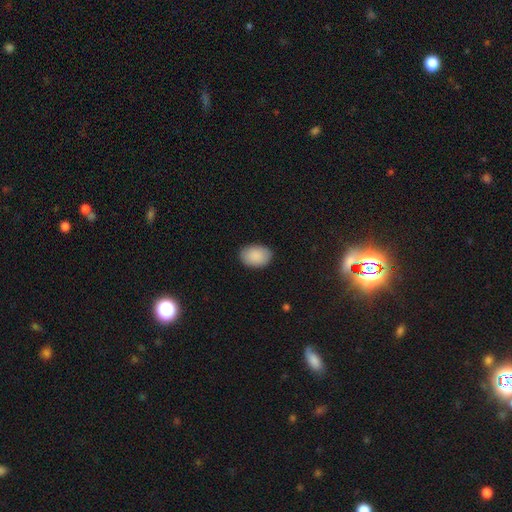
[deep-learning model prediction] Smooth or featured: smooth — 90% (star or artifact — 6%)
How rounded: in between — 84% (round — 15%)
Merging: none — 87% (minor disturbance — 10%)